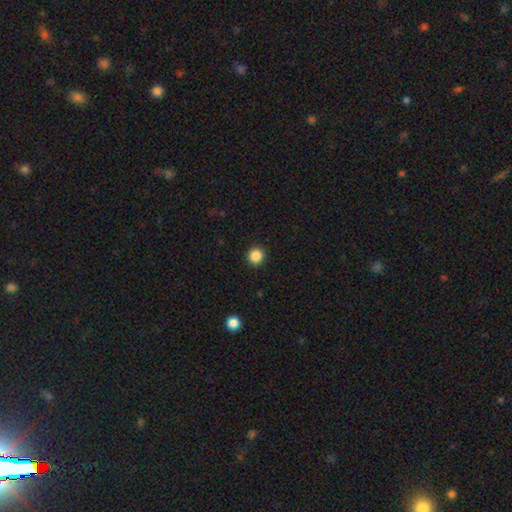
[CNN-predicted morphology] smooth 87%, star or artifact 10%, featured or disk 3%. Down the decision tree: how rounded — round (94%); merging — none (93%).